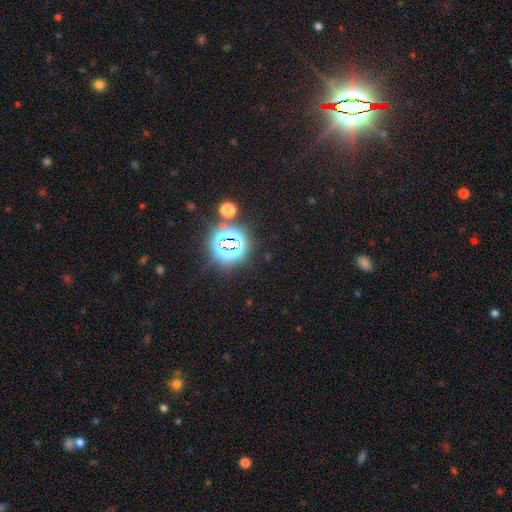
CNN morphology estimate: type=star or artifact (85%).